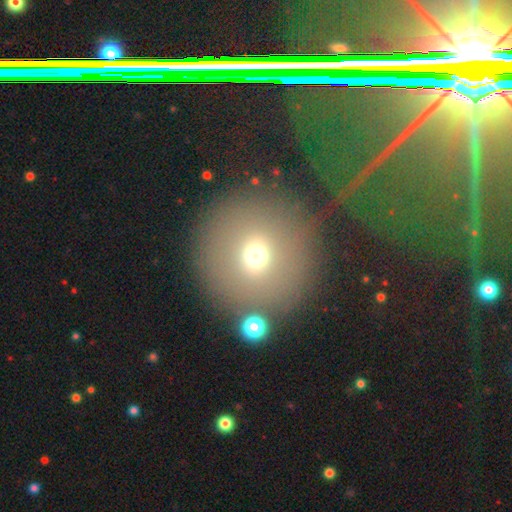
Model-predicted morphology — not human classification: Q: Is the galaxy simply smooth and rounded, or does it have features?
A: smooth — 66%.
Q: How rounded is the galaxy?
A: round — 94%.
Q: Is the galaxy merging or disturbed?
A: none — 72%.